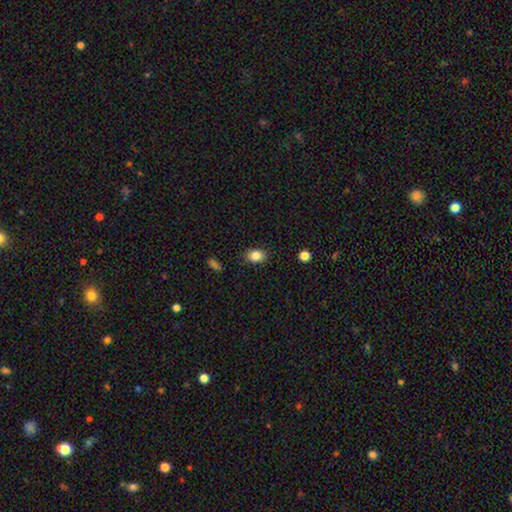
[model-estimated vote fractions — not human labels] Smooth or featured? Predicted: smooth (p=0.85). How rounded? Predicted: in between (p=0.76). Merging? Predicted: none (p=0.85).